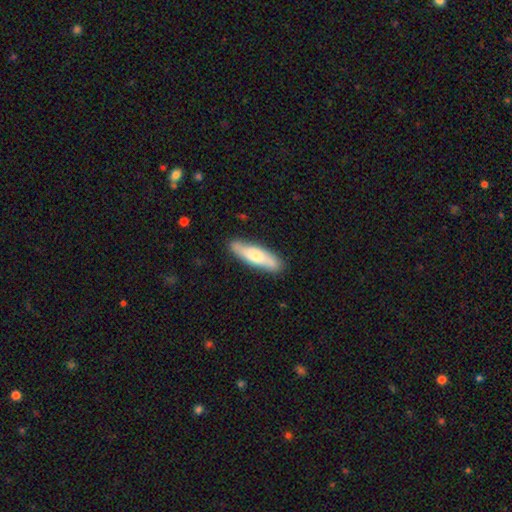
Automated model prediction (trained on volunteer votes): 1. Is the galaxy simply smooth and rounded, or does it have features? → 64% smooth, 31% featured or disk, 5% star or artifact.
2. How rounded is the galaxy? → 67% cigar-shaped, 32% in between, 2% round.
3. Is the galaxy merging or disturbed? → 84% none, 12% minor disturbance, 2% major disturbance, 2% merger.